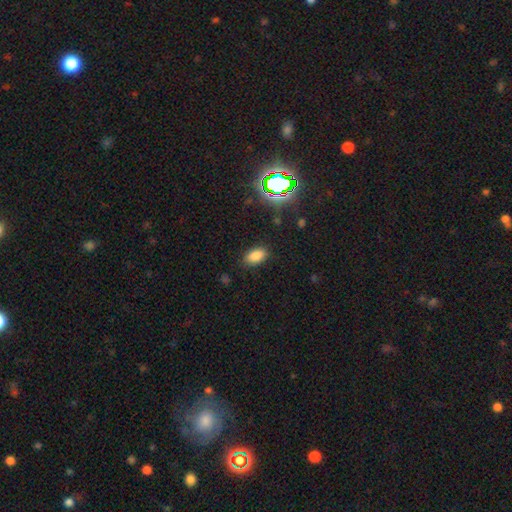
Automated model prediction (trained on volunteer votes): Q: Smooth or featured?
A: smooth (81%); runner-up: star or artifact (13%)
Q: How rounded?
A: in between (91%); runner-up: round (7%)
Q: Merging?
A: none (84%); runner-up: minor disturbance (11%)